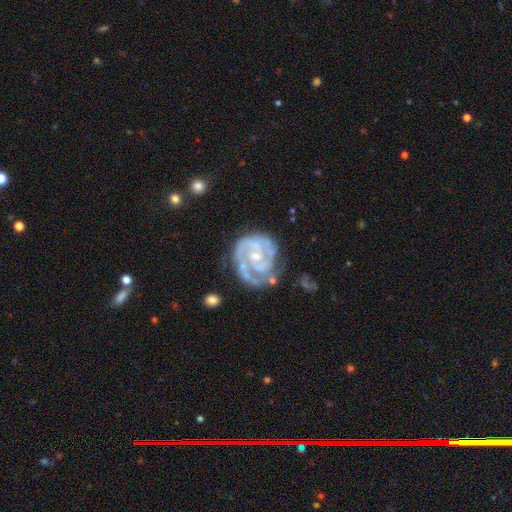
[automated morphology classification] Smooth or featured? Predicted: featured or disk (p=0.90). Edge-on disk? Predicted: no (p=0.98). Bar? Predicted: no (p=0.66). Spiral arms? Predicted: yes (p=0.97). Spiral winding? Predicted: tight (p=0.68). Spiral arm count? Predicted: 2 (p=0.49). Bulge size? Predicted: small (p=0.66). Merging? Predicted: none (p=0.60).